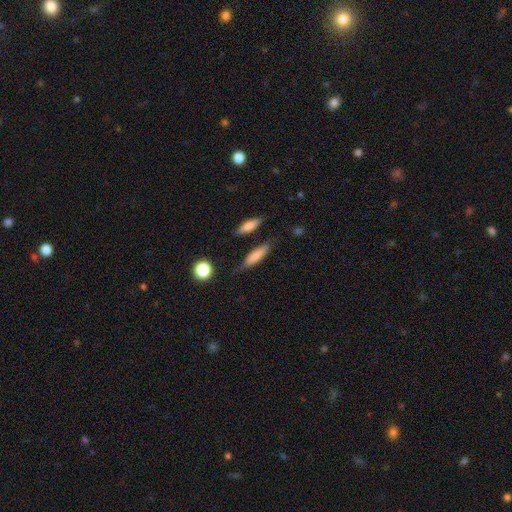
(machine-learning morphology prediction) smooth 78%, featured or disk 15%, star or artifact 7%. Down the decision tree: how rounded — cigar-shaped (65%); merging — none (73%).